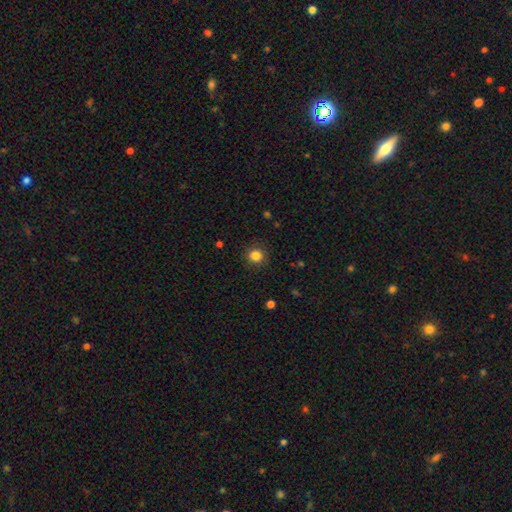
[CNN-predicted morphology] A smooth galaxy with no disk features (84%) that is round (91%). Merging: none (89%).